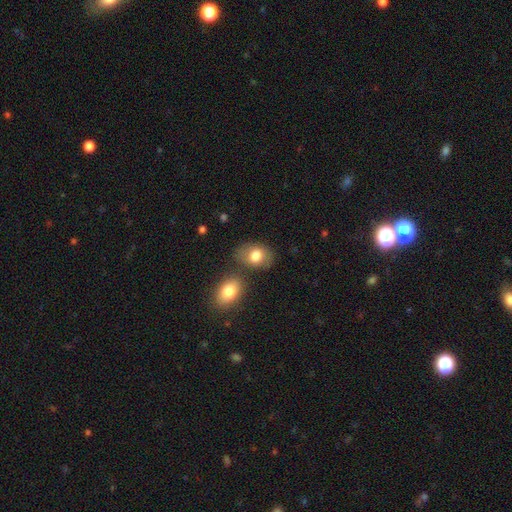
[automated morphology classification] Smooth or featured: smooth — 79% (featured or disk — 14%)
How rounded: in between — 75% (round — 24%)
Merging: none — 65% (minor disturbance — 16%)